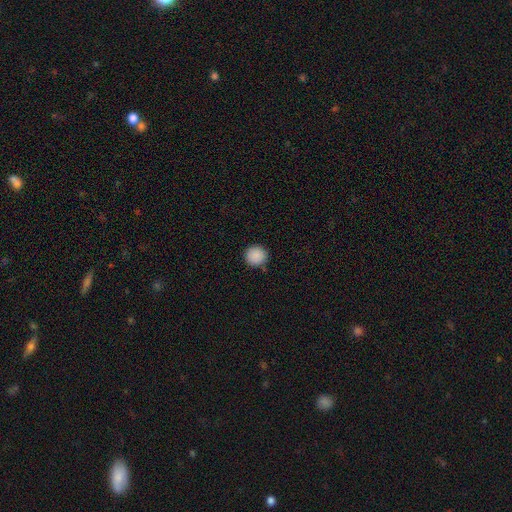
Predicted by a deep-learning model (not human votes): Overall: smooth (89%). How rounded: round (95%). Merging: none (89%).